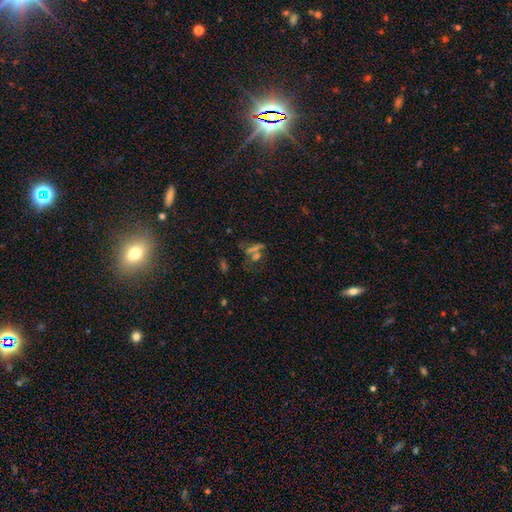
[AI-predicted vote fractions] smooth-or-featured: star or artifact: 54% | smooth: 27% | featured or disk: 19%